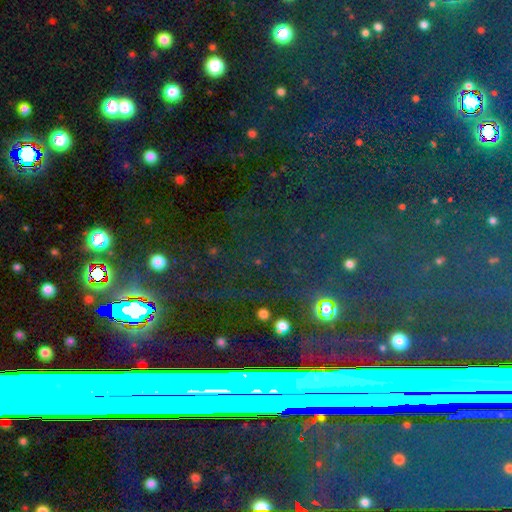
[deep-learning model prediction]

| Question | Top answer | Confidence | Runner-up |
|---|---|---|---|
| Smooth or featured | star or artifact | 70% | featured or disk (15%) |